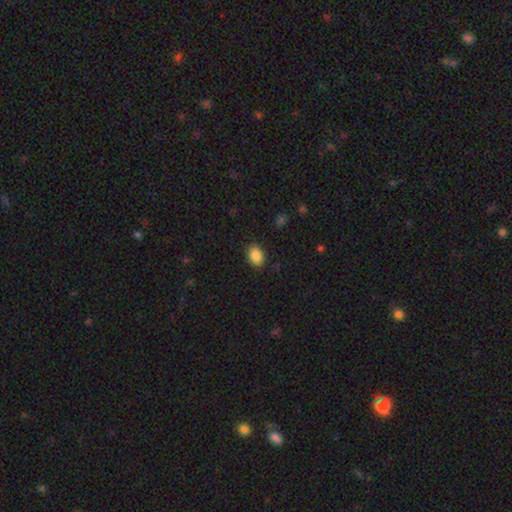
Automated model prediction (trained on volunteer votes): Q: Smooth or featured?
A: smooth (88%); runner-up: star or artifact (8%)
Q: How rounded?
A: in between (77%); runner-up: round (22%)
Q: Merging?
A: none (89%); runner-up: minor disturbance (8%)